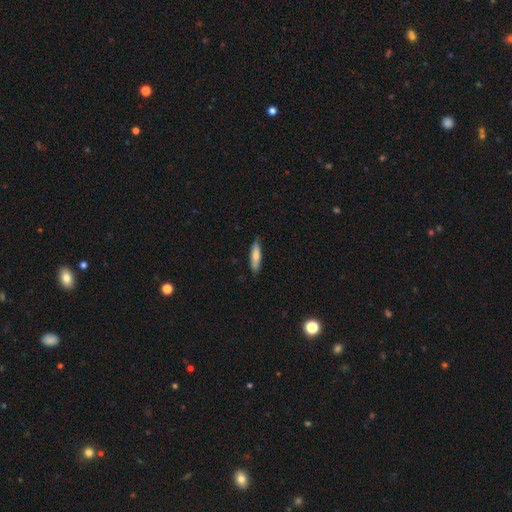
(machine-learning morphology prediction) This is likely a smooth galaxy (73%). How rounded: likely cigar-shaped (74%). Merging: clearly none (85%).